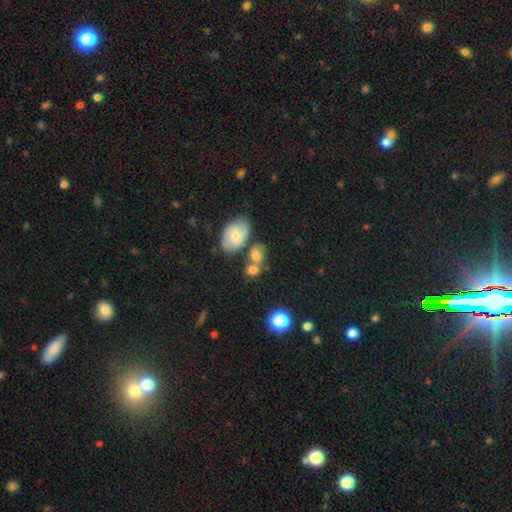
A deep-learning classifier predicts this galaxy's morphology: This is likely a smooth galaxy (65%). How rounded: possibly in between (55%). Merging: possibly none (48%).